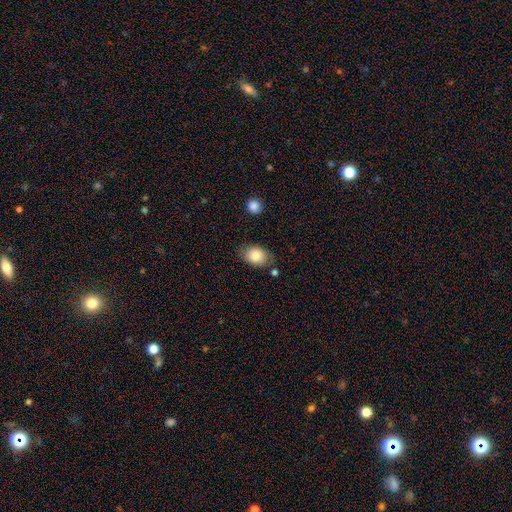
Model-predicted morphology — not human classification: smooth 85%, featured or disk 8%, star or artifact 7%. Down the decision tree: how rounded — in between (77%); merging — none (77%).